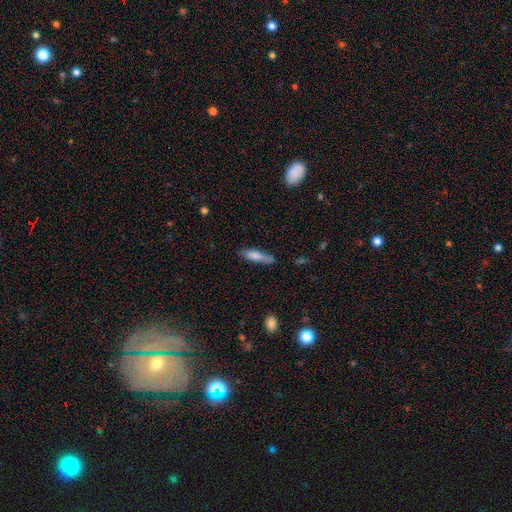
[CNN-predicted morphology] A smooth galaxy with no disk features (75%) that is cigar-shaped (76%).

Vote fractions:
- Smooth or featured? smooth: 75% / featured or disk: 19% / star or artifact: 7%
- How rounded? cigar-shaped: 76% / in between: 23% / round: 2%
- Merging? none: 67% / minor disturbance: 24% / major disturbance: 6% / merger: 3%